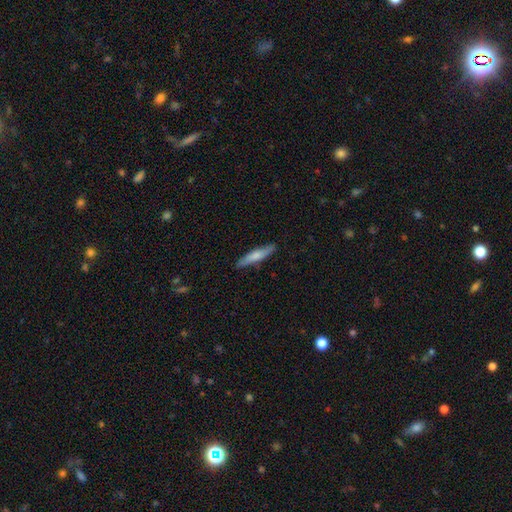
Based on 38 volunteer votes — Smooth or featured?
  - smooth: 55% *
  - featured or disk: 39%
  - star or artifact: 5%
How rounded?
  - cigar-shaped: 81% *
  - in between: 14%
  - round: 5%
Merging?
  - none: 78% *
  - minor disturbance: 17%
  - major disturbance: 3%
  - merger: 3%